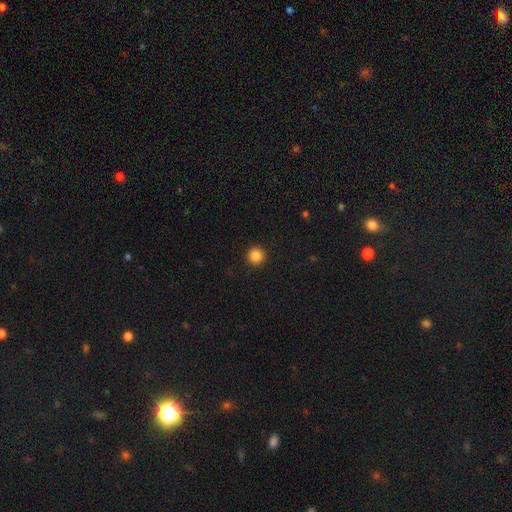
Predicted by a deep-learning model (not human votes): A smooth galaxy with no disk features (85%) that is round (96%).

Vote fractions:
- Smooth or featured? smooth: 85% / star or artifact: 11% / featured or disk: 4%
- How rounded? round: 96% / in between: 3% / cigar-shaped: 1%
- Merging? none: 93% / minor disturbance: 4% / major disturbance: 2% / merger: 1%